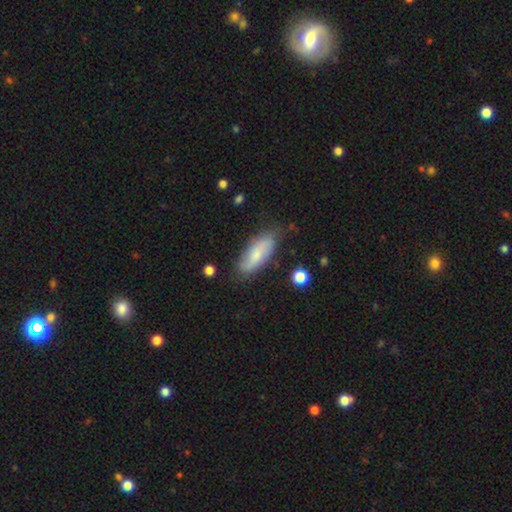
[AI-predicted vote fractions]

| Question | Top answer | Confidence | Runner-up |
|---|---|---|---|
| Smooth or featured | smooth | 57% | featured or disk (36%) |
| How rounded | in between | 70% | cigar-shaped (28%) |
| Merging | none | 75% | minor disturbance (19%) |